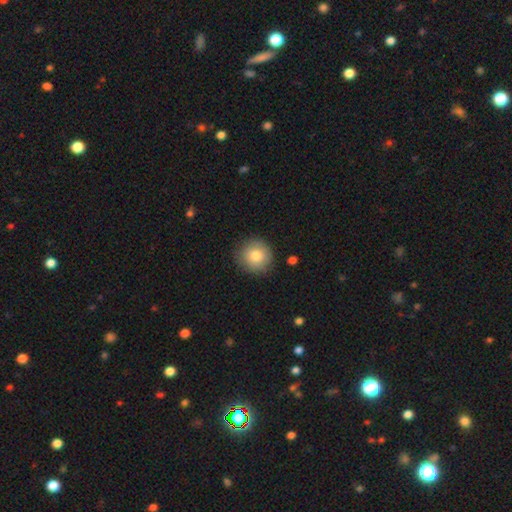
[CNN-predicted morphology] A smooth galaxy with no disk features (80%) that is round (92%).

Vote fractions:
- Smooth or featured? smooth: 80% / featured or disk: 12% / star or artifact: 8%
- How rounded? round: 92% / in between: 7% / cigar-shaped: 1%
- Merging? none: 86% / minor disturbance: 10% / major disturbance: 3% / merger: 1%